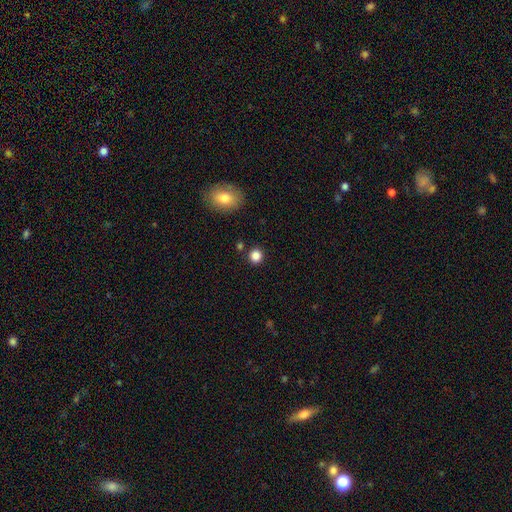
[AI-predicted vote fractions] Q: Smooth or featured?
A: smooth (84%); runner-up: star or artifact (12%)
Q: How rounded?
A: round (91%); runner-up: in between (8%)
Q: Merging?
A: none (88%); runner-up: minor disturbance (6%)